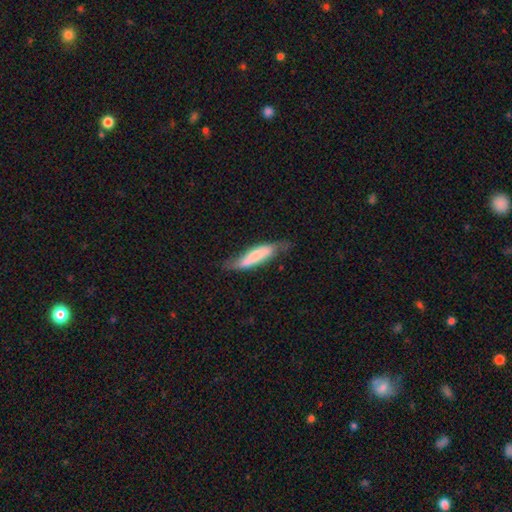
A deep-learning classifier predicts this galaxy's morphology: Smooth or featured? smooth (60%)
How rounded? cigar-shaped (71%)
Merging? none (54%)